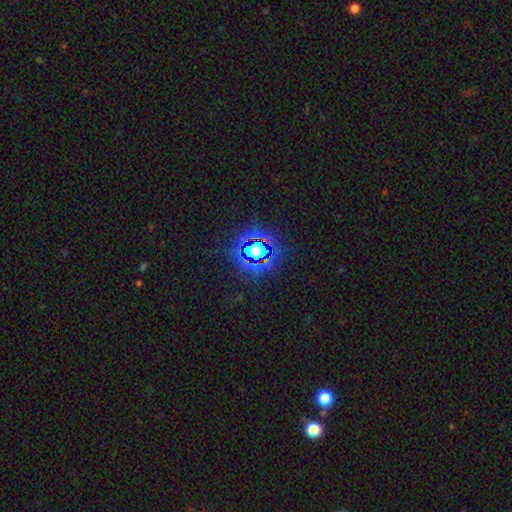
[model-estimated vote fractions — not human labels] Morphology: type=star or artifact (81%).